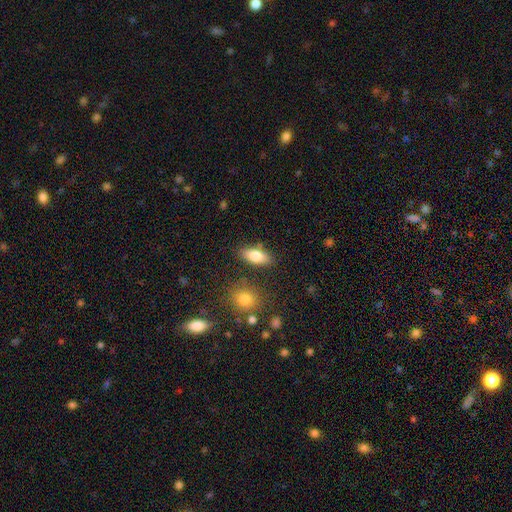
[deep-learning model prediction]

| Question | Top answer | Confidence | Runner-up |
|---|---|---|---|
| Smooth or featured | smooth | 80% | featured or disk (13%) |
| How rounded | in between | 85% | cigar-shaped (11%) |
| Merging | none | 80% | minor disturbance (12%) |